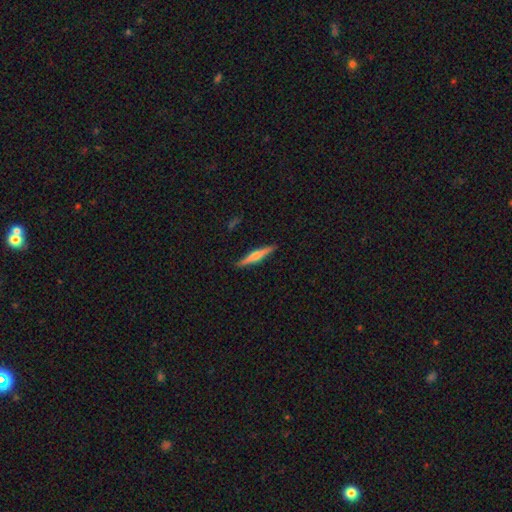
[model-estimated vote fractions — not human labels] featured or disk 56%, smooth 38%, star or artifact 6%. Down the decision tree: edge-on disk — yes (97%); edge-on bulge — rounded (68%); merging — none (90%).